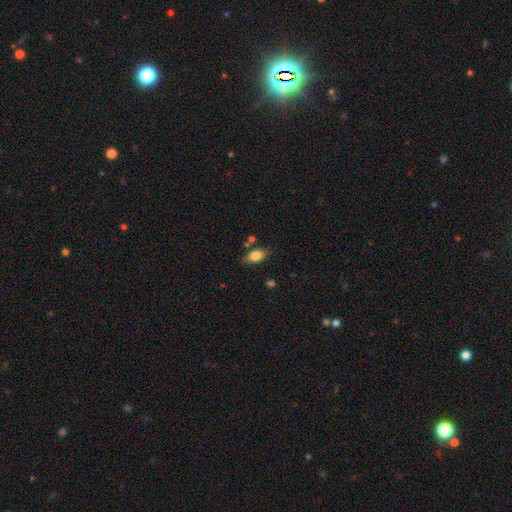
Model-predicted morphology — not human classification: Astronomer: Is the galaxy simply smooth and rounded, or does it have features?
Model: smooth — 82%.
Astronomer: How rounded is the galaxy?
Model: in between — 86%.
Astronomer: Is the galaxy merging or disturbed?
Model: none — 74%.